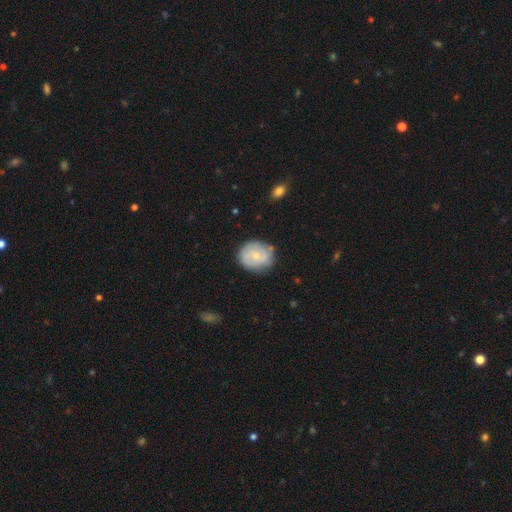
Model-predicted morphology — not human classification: Smooth or featured? Predicted: featured or disk (p=0.50). Edge-on disk? Predicted: no (p=0.97). Merging? Predicted: none (p=0.73).